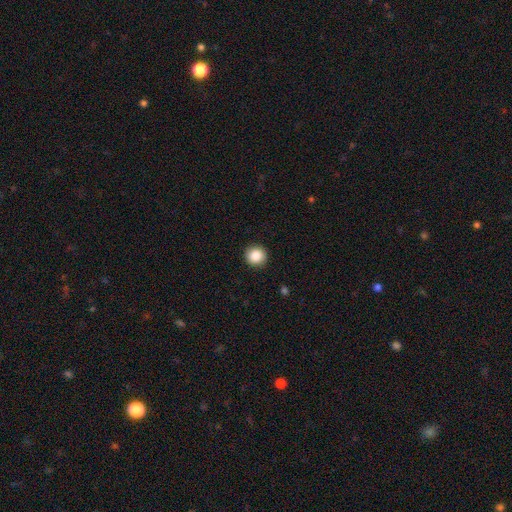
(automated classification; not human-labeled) A smooth galaxy with no disk features (87%) that is round (94%).

Vote fractions:
- Smooth or featured? smooth: 87% / star or artifact: 9% / featured or disk: 4%
- How rounded? round: 94% / in between: 5% / cigar-shaped: 1%
- Merging? none: 92% / minor disturbance: 5% / major disturbance: 2% / merger: 1%